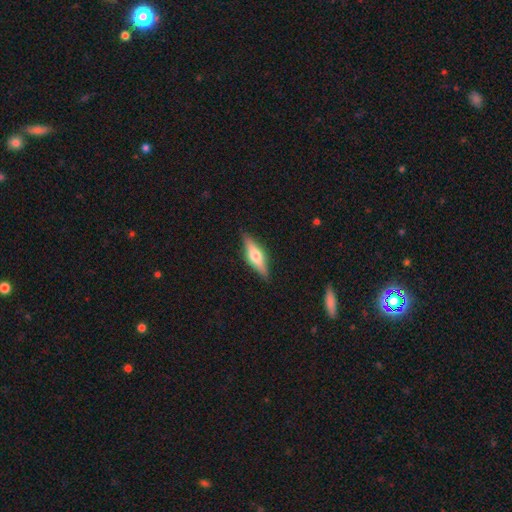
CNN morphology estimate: This is possibly a featured or disk galaxy (52%). It is clearly viewed edge-on (93%). Merging: clearly none (88%).